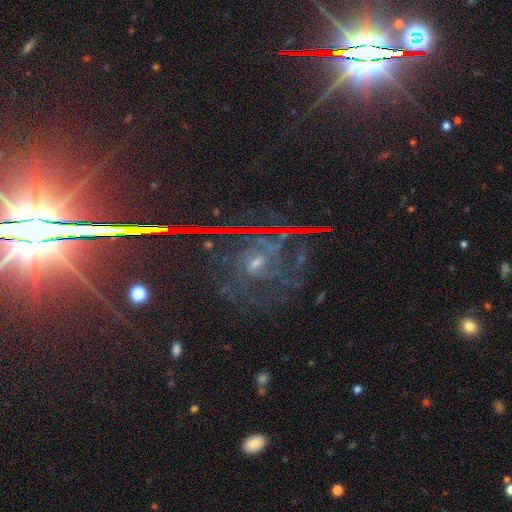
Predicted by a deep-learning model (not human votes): The model was most divided on "smooth or featured": star or artifact: 65%, featured or disk: 25%, smooth: 10%.